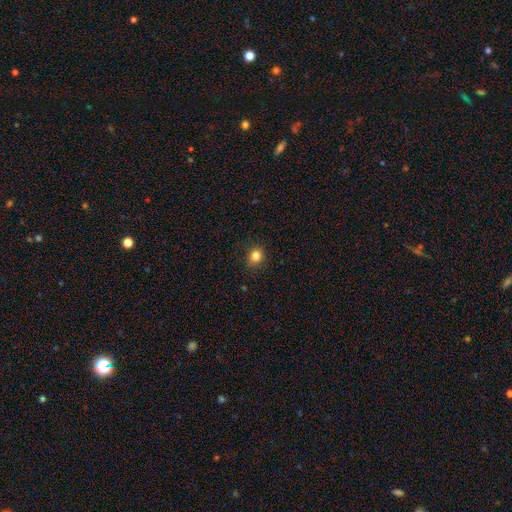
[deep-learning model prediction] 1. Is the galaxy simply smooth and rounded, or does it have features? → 83% smooth, 12% star or artifact, 5% featured or disk.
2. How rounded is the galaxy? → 65% round, 34% in between, 1% cigar-shaped.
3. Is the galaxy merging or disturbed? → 87% none, 9% minor disturbance, 2% major disturbance, 1% merger.